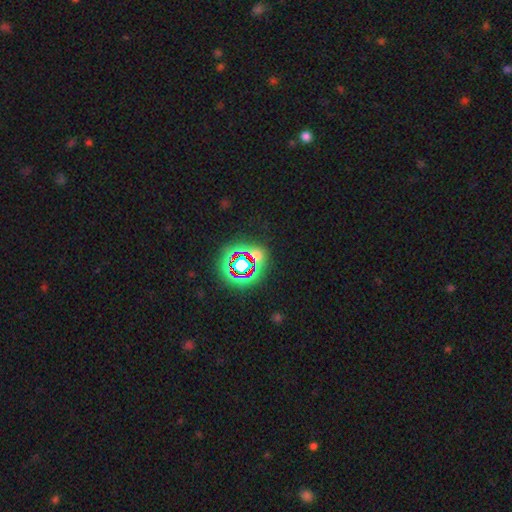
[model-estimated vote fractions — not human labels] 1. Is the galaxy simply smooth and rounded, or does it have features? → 65% star or artifact, 24% smooth, 11% featured or disk.